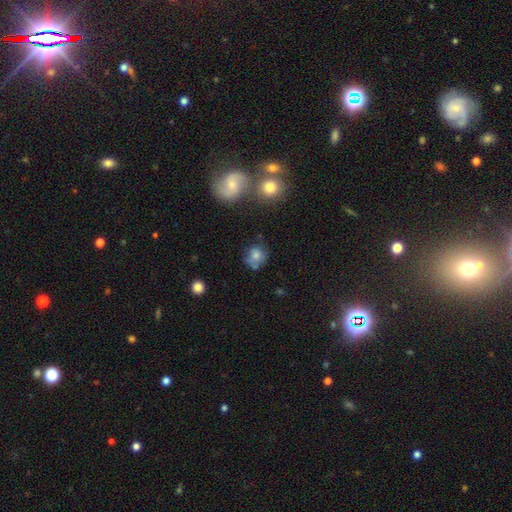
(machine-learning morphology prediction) smooth_or_featured: smooth (p=0.72) [alt: featured or disk p=0.15]
how_rounded: round (p=0.76) [alt: in between p=0.23]
merging: none (p=0.57) [alt: minor disturbance p=0.22]